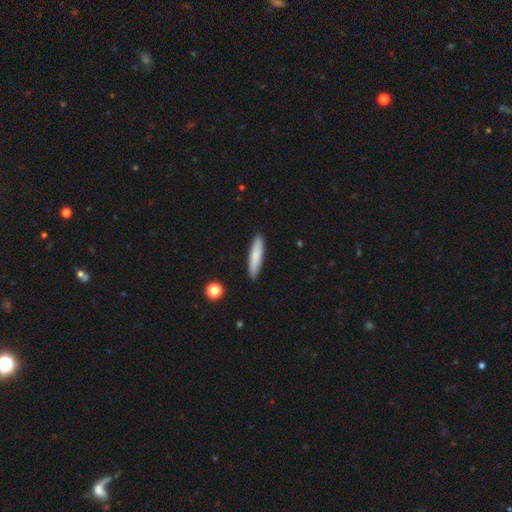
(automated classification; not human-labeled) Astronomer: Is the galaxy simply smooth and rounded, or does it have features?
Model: smooth — 80%.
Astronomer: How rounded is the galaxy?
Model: cigar-shaped — 83%.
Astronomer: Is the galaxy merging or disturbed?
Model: none — 89%.